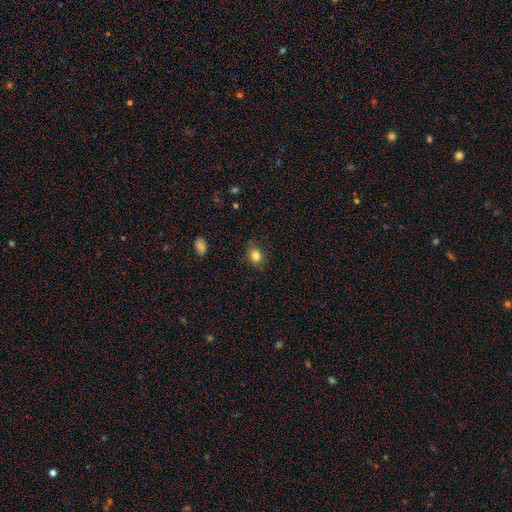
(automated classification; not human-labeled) Morphology: type=smooth (83%); roundness=round (60%); merging=none (81%).